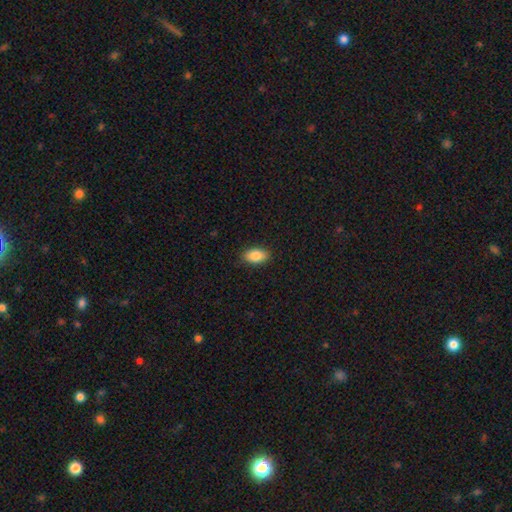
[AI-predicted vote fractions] This appears to be a smooth galaxy with no disk features (86%) that is in between round and cigar-shaped (91%). Merging: none (88%).